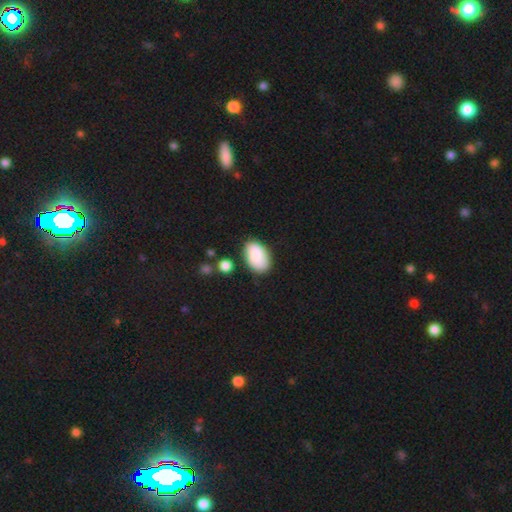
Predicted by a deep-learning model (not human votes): Morphology: type=smooth (88%); roundness=in between (91%); merging=none (78%).